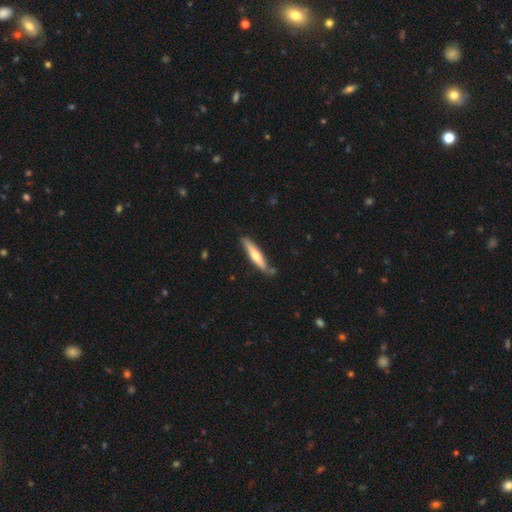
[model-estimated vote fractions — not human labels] Smooth or featured? smooth (55%)
How rounded? cigar-shaped (87%)
Merging? none (80%)